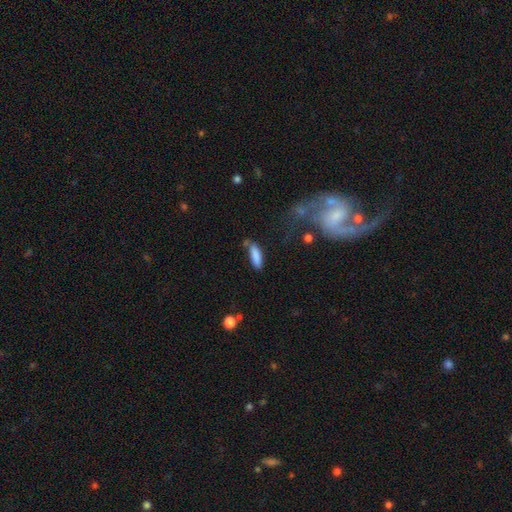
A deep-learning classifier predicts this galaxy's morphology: Overall: smooth (84%). How rounded: cigar-shaped (50%; in between 48%). Merging: none (61%; minor disturbance 24%).